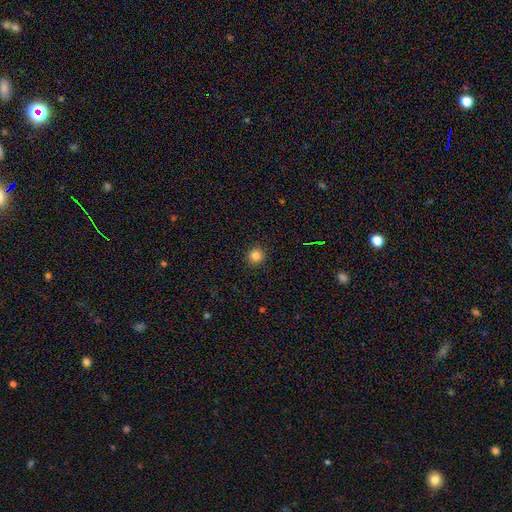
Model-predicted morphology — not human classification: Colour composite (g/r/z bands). It shows a smooth galaxy with no disk features (83%) that is round (93%). Merging: none (91%).